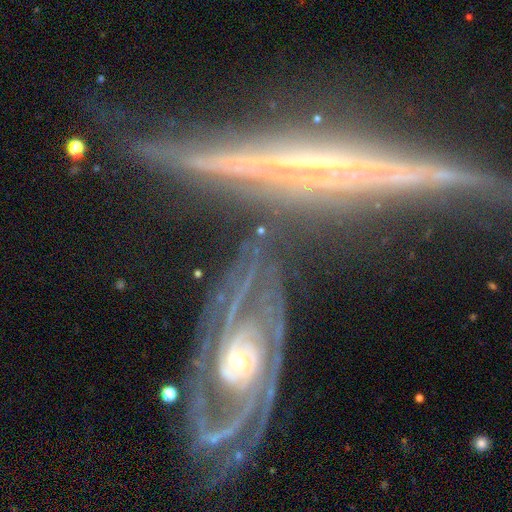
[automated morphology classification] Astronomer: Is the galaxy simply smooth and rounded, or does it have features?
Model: featured or disk — 85%.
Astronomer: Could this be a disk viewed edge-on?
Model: no — 51% (runner-up: yes, 49%).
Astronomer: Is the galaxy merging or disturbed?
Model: none — 53%.